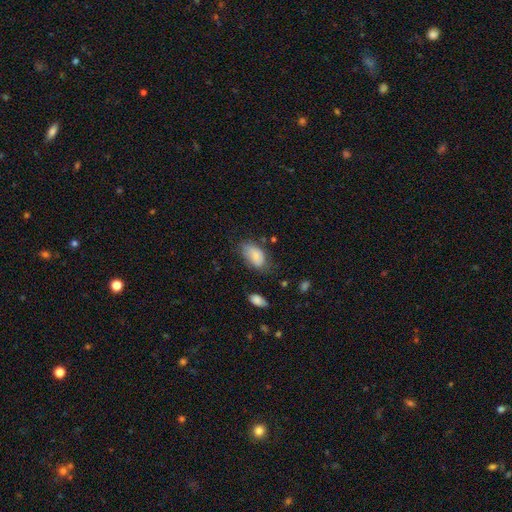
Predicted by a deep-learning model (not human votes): Smooth or featured? Predicted: smooth (p=0.77). How rounded? Predicted: in between (p=0.93). Merging? Predicted: none (p=0.53).